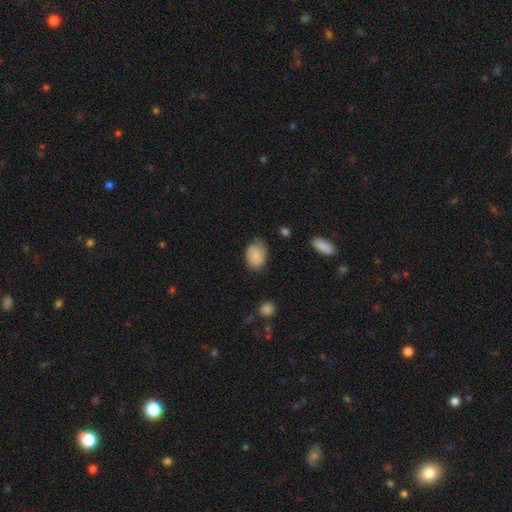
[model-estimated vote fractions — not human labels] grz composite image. It shows a smooth galaxy with no disk features (77%) that is in between round and cigar-shaped (77%). Merging: none (67%).